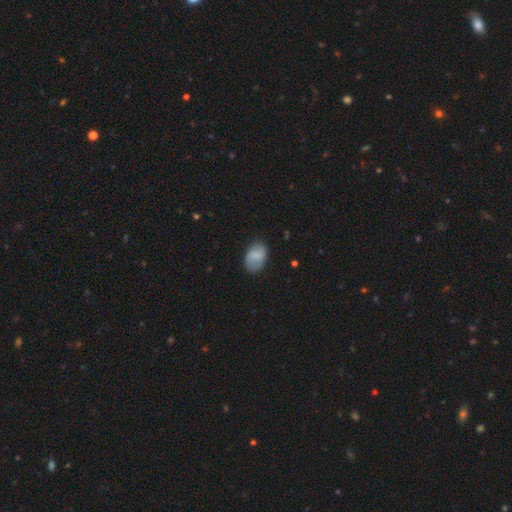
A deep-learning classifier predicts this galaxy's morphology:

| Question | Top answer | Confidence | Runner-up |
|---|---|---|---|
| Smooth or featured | smooth | 80% | featured or disk (12%) |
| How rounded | in between | 86% | round (13%) |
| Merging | none | 70% | minor disturbance (22%) |